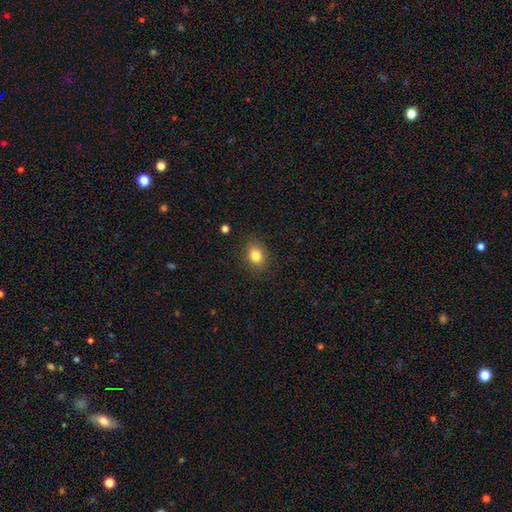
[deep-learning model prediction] Q: Smooth or featured?
A: smooth (82%); runner-up: star or artifact (10%)
Q: How rounded?
A: in between (65%); runner-up: round (34%)
Q: Merging?
A: none (86%); runner-up: minor disturbance (10%)